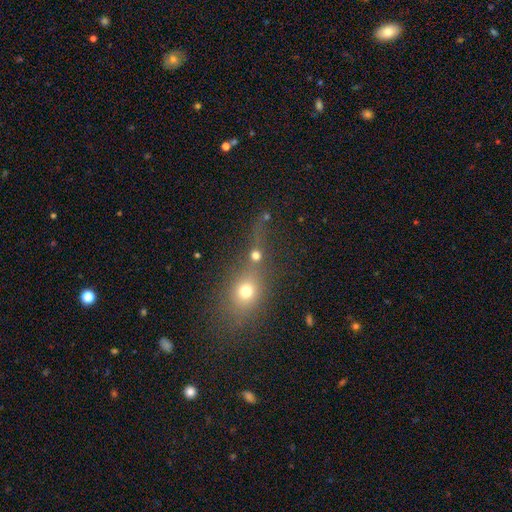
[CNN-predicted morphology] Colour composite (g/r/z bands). It shows a smooth galaxy with no disk features (64%) that is round (73%). Merging: merger (44%).